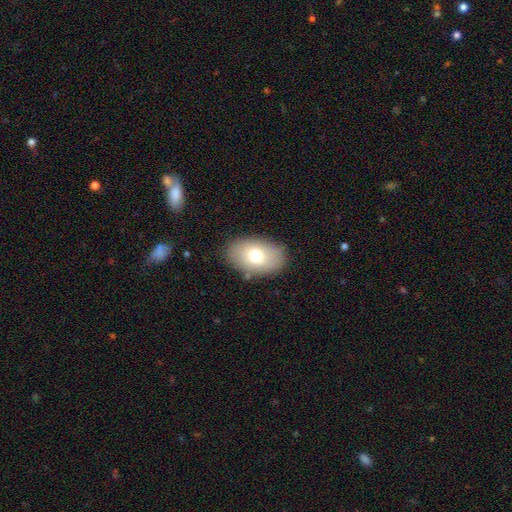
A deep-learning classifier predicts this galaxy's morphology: This appears to be a smooth galaxy with no disk features (72%) that is in between round and cigar-shaped (86%). Merging: none (83%).